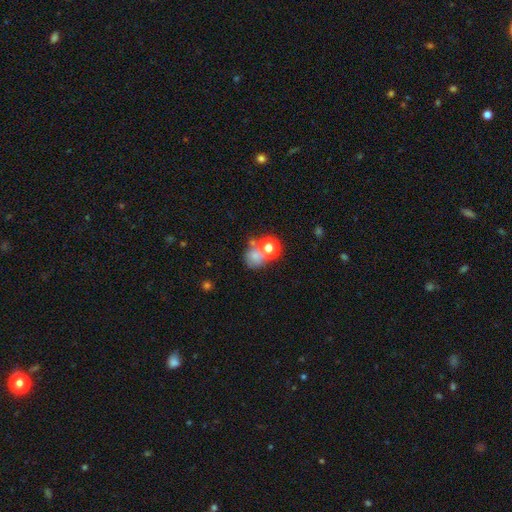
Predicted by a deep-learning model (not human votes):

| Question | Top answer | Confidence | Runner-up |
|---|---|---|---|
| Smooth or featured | smooth | 66% | star or artifact (19%) |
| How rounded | round | 70% | in between (29%) |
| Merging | merger | 42% | none (37%) |